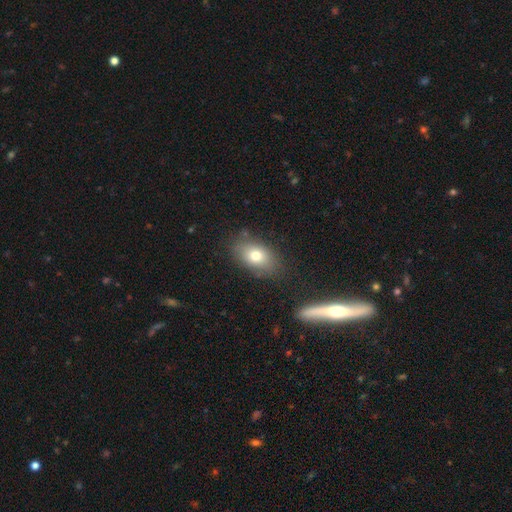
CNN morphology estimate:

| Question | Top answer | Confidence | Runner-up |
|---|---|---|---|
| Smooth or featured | smooth | 74% | featured or disk (15%) |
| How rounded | in between | 83% | round (15%) |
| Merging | none | 79% | minor disturbance (13%) |